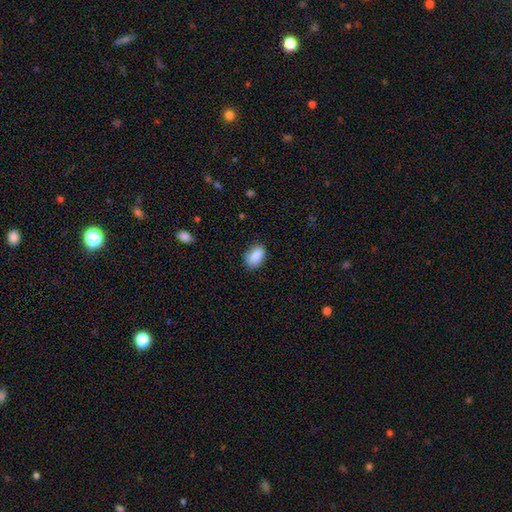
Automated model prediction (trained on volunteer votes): Smooth or featured? smooth (88%)
How rounded? in between (86%)
Merging? none (80%)